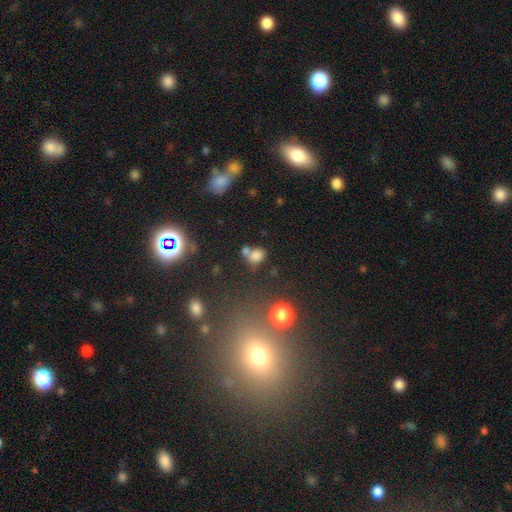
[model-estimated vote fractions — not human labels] The model was most divided on "merging": none: 42%, merger: 39%, minor disturbance: 13%, major disturbance: 6%. More confident: smooth or featured — smooth (75%); how rounded — in between (55%).